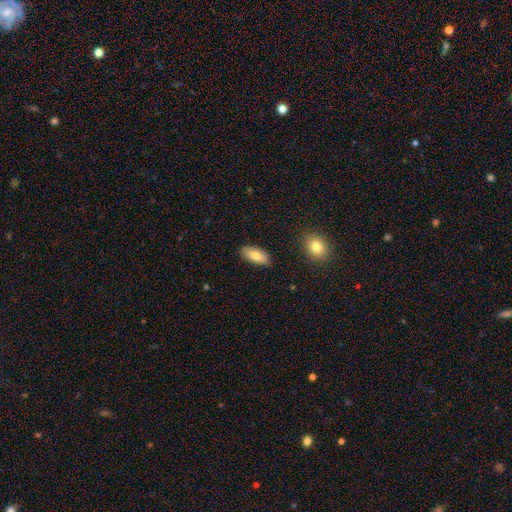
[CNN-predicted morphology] A smooth galaxy with no disk features (79%) that is in between round and cigar-shaped (86%). Merging: none (85%).